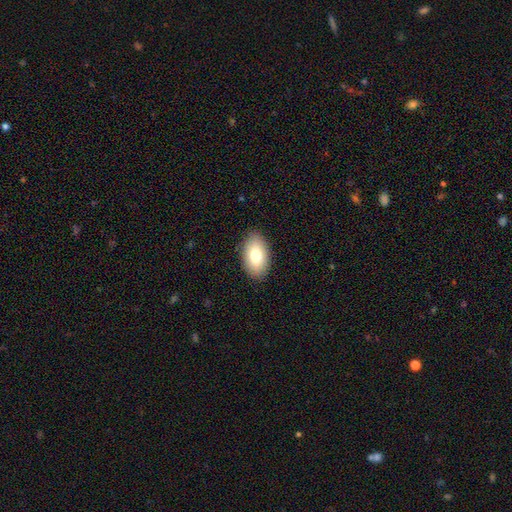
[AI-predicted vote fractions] Smooth or featured: smooth — 78% (featured or disk — 15%)
How rounded: in between — 94% (round — 5%)
Merging: none — 88% (minor disturbance — 9%)